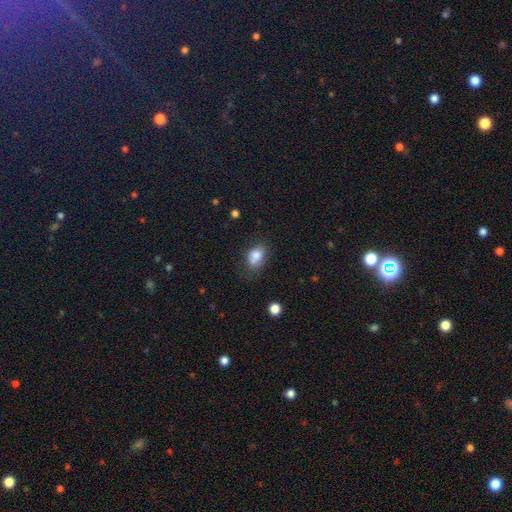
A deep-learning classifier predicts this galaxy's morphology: A smooth galaxy with no disk features (79%) that is in between round and cigar-shaped (77%).

Vote fractions:
- Smooth or featured? smooth: 79% / featured or disk: 11% / star or artifact: 10%
- How rounded? in between: 77% / round: 22% / cigar-shaped: 2%
- Merging? none: 54% / minor disturbance: 28% / major disturbance: 9% / merger: 9%